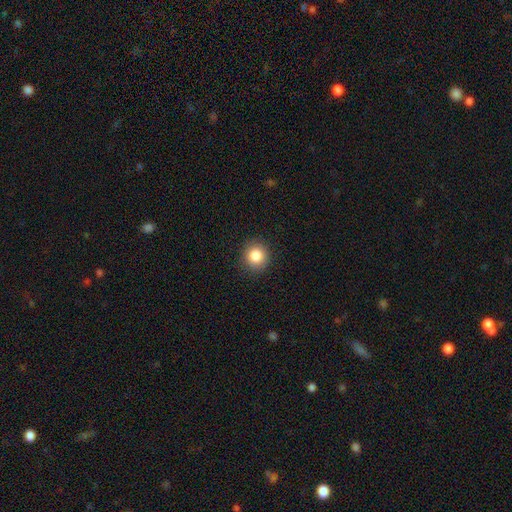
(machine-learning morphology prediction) Smooth or featured? smooth (85%)
How rounded? round (87%)
Merging? none (89%)